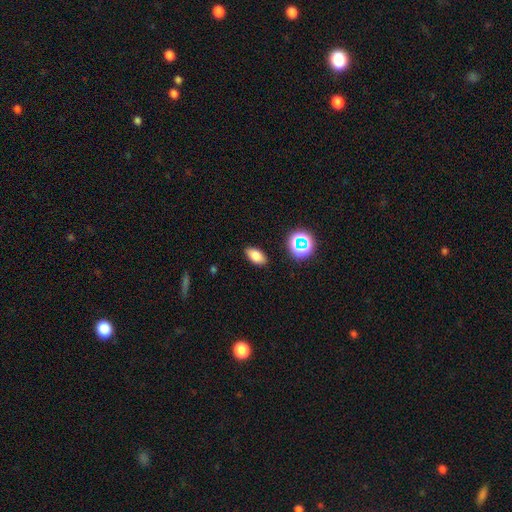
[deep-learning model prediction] This is likely a smooth galaxy (77%). How rounded: clearly in between (90%). Merging: clearly none (87%).